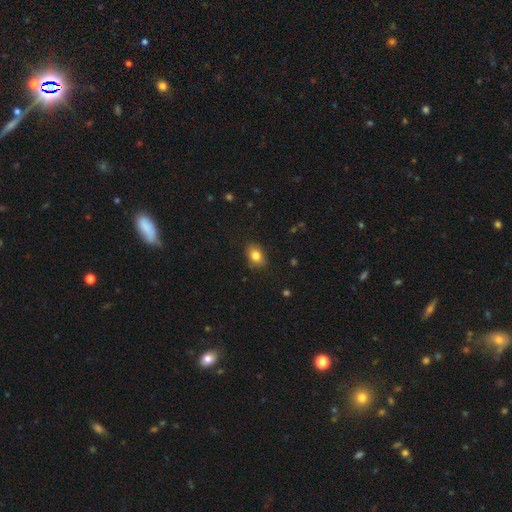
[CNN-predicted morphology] A smooth galaxy with no disk features (83%) that is in between round and cigar-shaped (74%). Merging: none (85%).